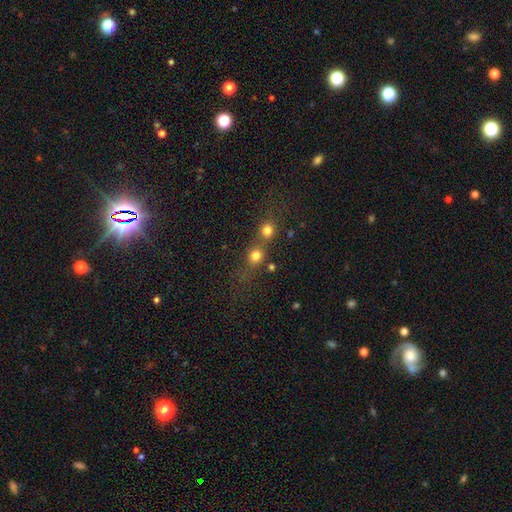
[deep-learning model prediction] Smooth or featured? smooth (75%)
How rounded? round (85%)
Merging? merger (46%)